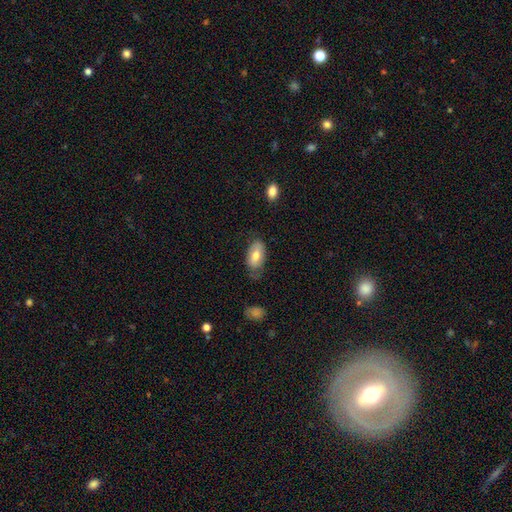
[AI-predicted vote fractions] Overall: smooth (68%). How rounded: in between (93%). Merging: none (60%; minor disturbance 28%).